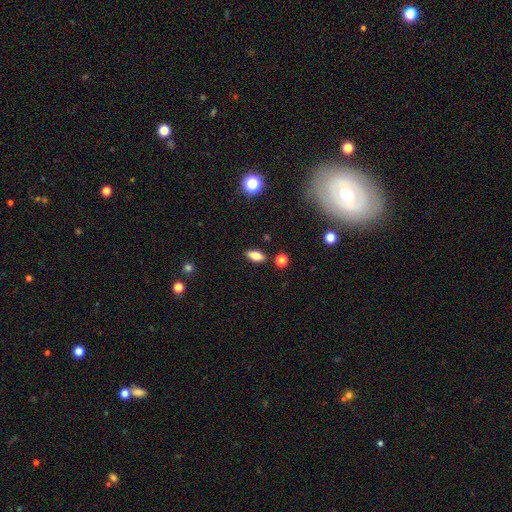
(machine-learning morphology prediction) Q: Smooth or featured?
A: smooth (77%); runner-up: featured or disk (14%)
Q: How rounded?
A: in between (85%); runner-up: cigar-shaped (10%)
Q: Merging?
A: none (86%); runner-up: minor disturbance (9%)